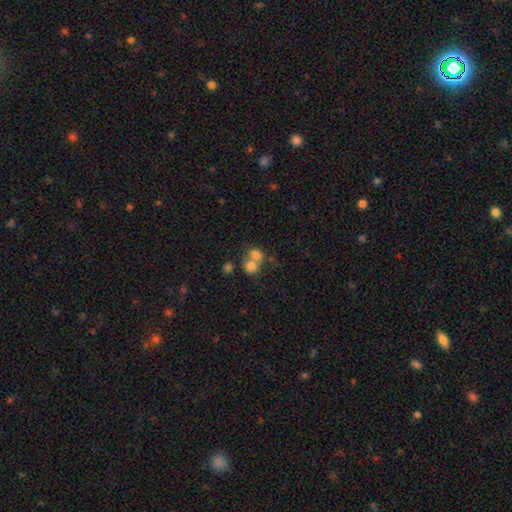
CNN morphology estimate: type=smooth (74%); roundness=round (68%); merging=merger (61%).